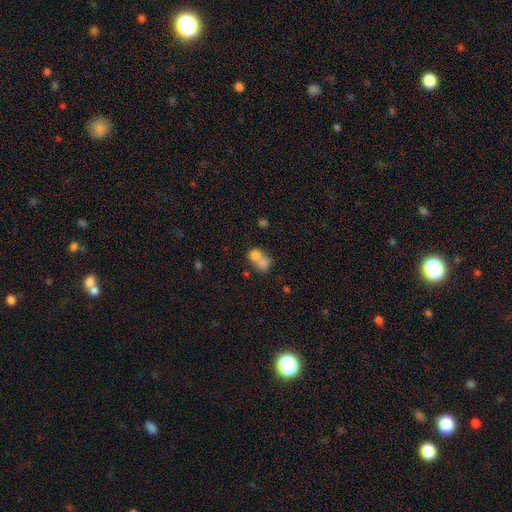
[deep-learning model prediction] Smooth or featured?
  - smooth: 74% *
  - featured or disk: 16%
  - star or artifact: 10%
How rounded?
  - round: 57% *
  - in between: 41%
  - cigar-shaped: 1%
Merging?
  - merger: 67% *
  - none: 23%
  - minor disturbance: 6%
  - major disturbance: 4%